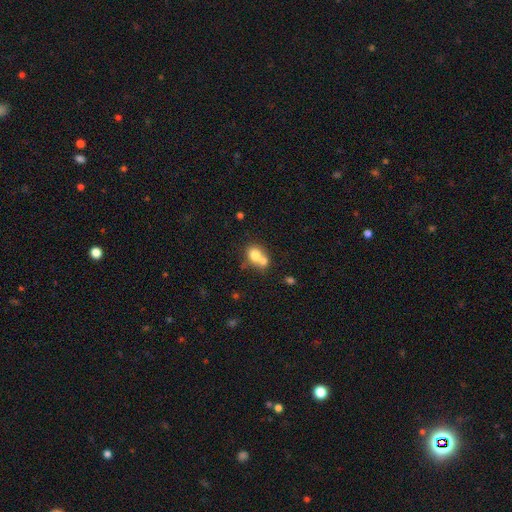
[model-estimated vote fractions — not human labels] Smooth or featured?
  - smooth: 72% *
  - featured or disk: 17%
  - star or artifact: 10%
How rounded?
  - round: 64% *
  - in between: 35%
  - cigar-shaped: 1%
Merging?
  - merger: 61% *
  - none: 29%
  - minor disturbance: 7%
  - major disturbance: 3%